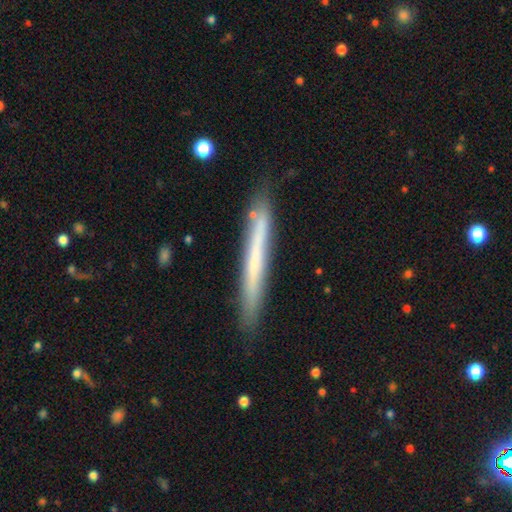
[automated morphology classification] The model was most divided on "smooth or featured": smooth: 49%, featured or disk: 44%, star or artifact: 7%. More confident: merging — none (83%).